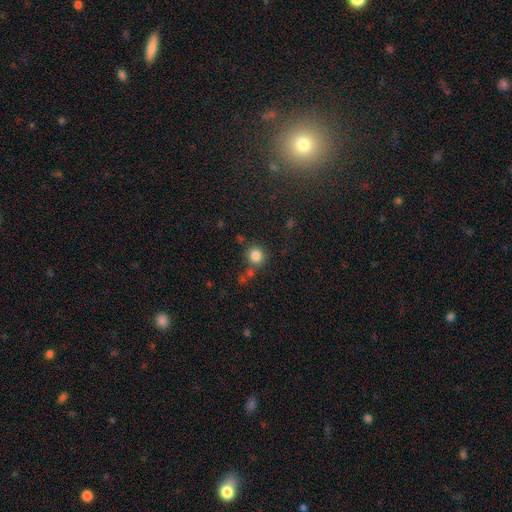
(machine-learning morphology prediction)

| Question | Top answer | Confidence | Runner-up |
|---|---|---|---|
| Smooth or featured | smooth | 83% | star or artifact (12%) |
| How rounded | round | 89% | in between (10%) |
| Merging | none | 75% | merger (11%) |